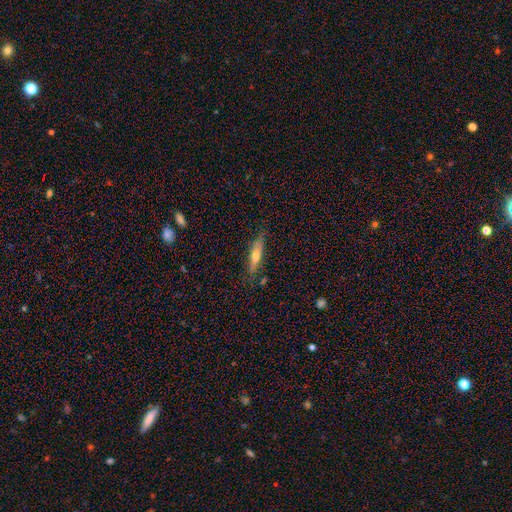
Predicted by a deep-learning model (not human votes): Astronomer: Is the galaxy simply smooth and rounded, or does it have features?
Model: smooth — 47% (runner-up: featured or disk, 46%).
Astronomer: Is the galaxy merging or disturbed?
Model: none — 80%.